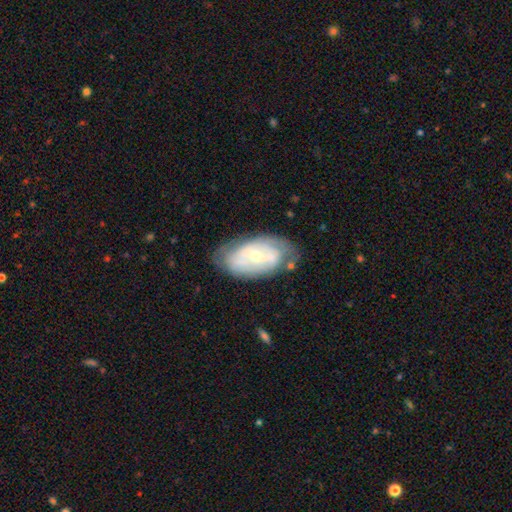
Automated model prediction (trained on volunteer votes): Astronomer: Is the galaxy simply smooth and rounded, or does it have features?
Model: featured or disk — 69%.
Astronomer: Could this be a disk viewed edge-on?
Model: no — 93%.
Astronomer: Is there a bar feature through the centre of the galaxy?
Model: no — 47% (runner-up: weak, 35%).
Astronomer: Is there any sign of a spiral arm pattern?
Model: yes — 66%.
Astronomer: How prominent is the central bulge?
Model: small — 57% (runner-up: moderate, 40%).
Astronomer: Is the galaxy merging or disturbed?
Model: none — 66%.